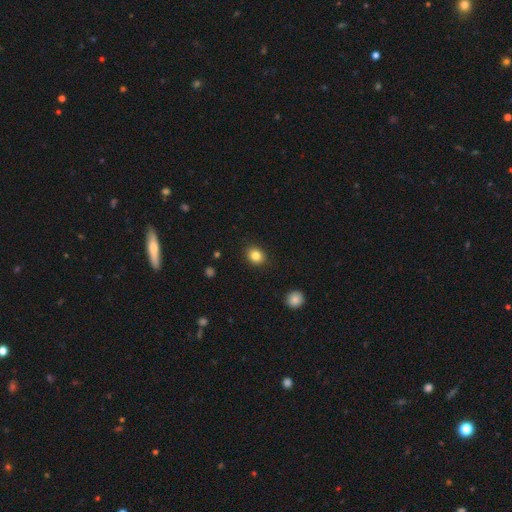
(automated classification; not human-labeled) A smooth galaxy with no disk features (84%) that is round (63%).

Vote fractions:
- Smooth or featured? smooth: 84% / star or artifact: 10% / featured or disk: 6%
- How rounded? round: 63% / in between: 36% / cigar-shaped: 1%
- Merging? none: 89% / minor disturbance: 8% / major disturbance: 2% / merger: 1%